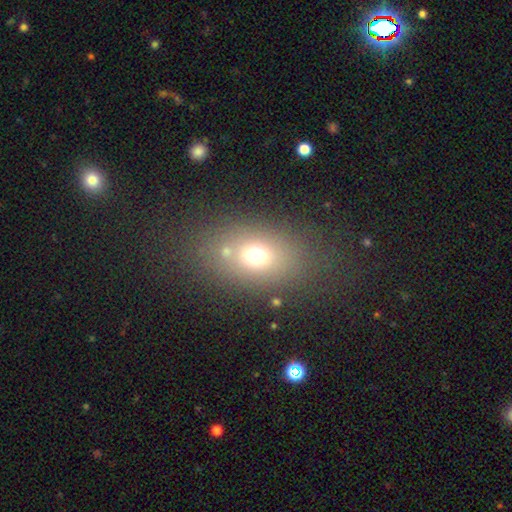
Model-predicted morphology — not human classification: Q: Smooth or featured?
A: smooth (67%); runner-up: star or artifact (18%)
Q: How rounded?
A: in between (67%); runner-up: round (30%)
Q: Merging?
A: none (70%); runner-up: minor disturbance (12%)